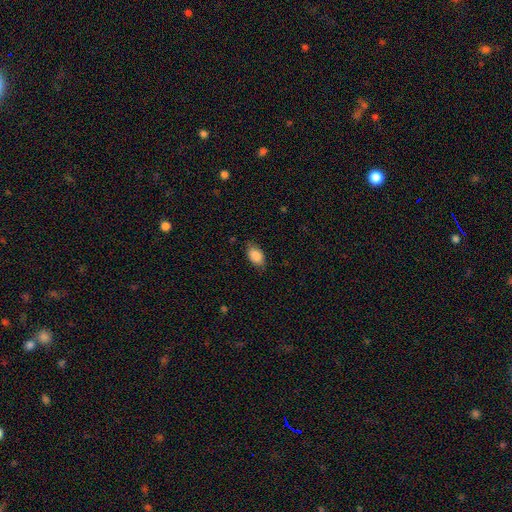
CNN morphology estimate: Overall: smooth (88%). How rounded: in between (90%). Merging: none (78%).